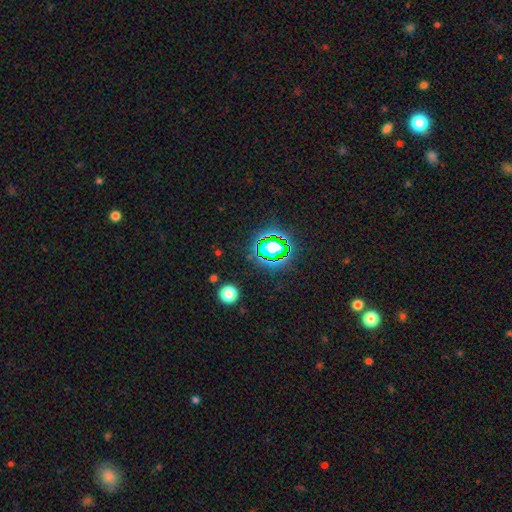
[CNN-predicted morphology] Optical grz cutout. It shows a star or artifact, not a galaxy (74%).